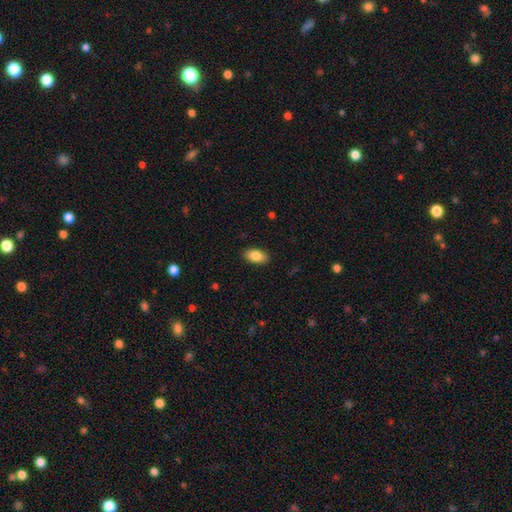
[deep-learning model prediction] Morphology: type=smooth (86%); roundness=in between (93%); merging=none (89%).